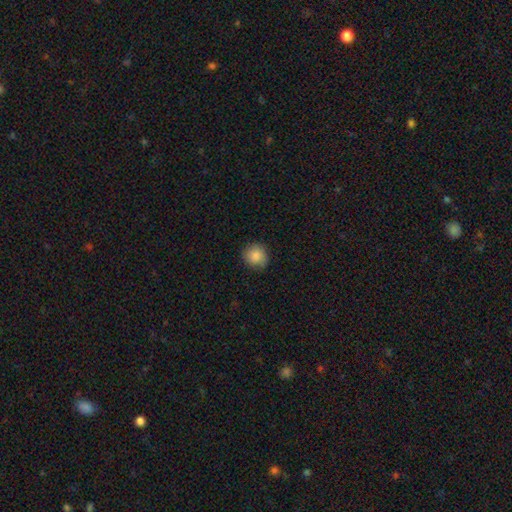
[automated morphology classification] The model was most divided on "merging": none: 82%, minor disturbance: 14%, major disturbance: 3%, merger: 1%. More confident: how rounded — round (89%); smooth or featured — smooth (86%).